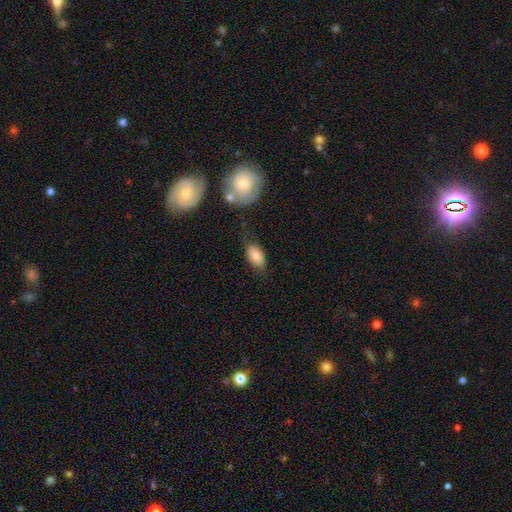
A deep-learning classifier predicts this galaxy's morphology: smooth 81%, featured or disk 11%, star or artifact 7%. Down the decision tree: how rounded — in between (92%); merging — none (62%).